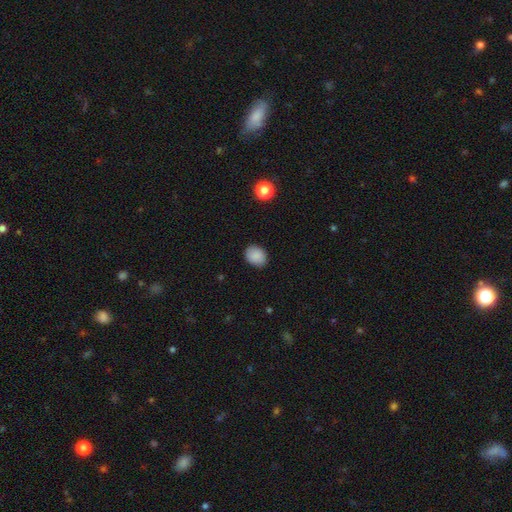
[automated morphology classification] Smooth or featured? smooth (88%)
How rounded? in between (61%)
Merging? none (87%)